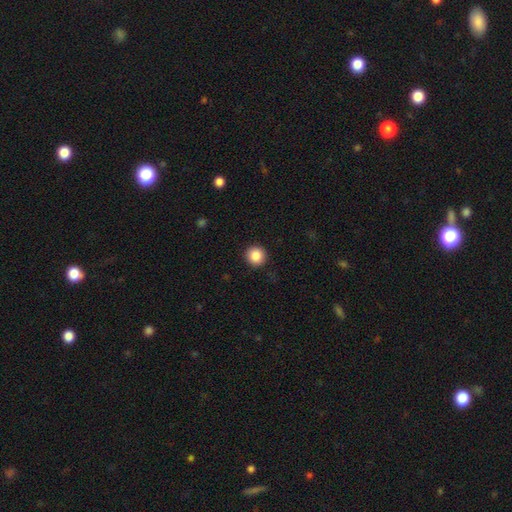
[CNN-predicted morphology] Smooth or featured: smooth — 87% (star or artifact — 9%)
How rounded: round — 95% (in between — 4%)
Merging: none — 92% (minor disturbance — 5%)